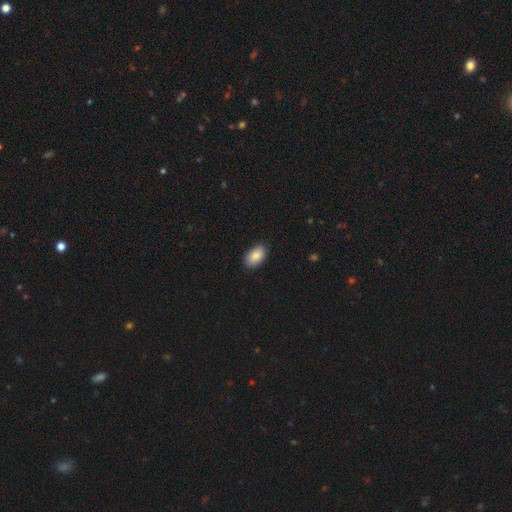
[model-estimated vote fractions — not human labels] Smooth or featured? smooth (88%)
How rounded? in between (93%)
Merging? none (86%)